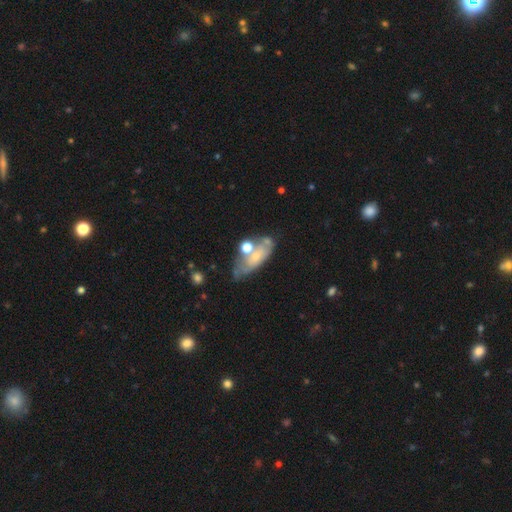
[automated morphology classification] Smooth or featured?
  - featured or disk: 48% *
  - smooth: 43%
  - star or artifact: 9%
Merging?
  - none: 37% *
  - minor disturbance: 26%
  - merger: 21%
  - major disturbance: 16%